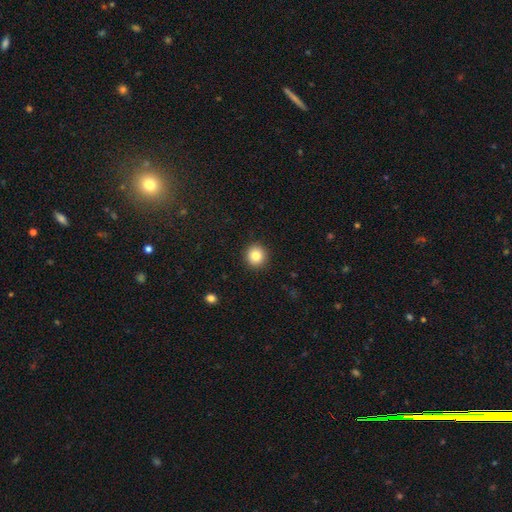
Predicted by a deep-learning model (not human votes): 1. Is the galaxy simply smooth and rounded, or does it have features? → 83% smooth, 10% star or artifact, 7% featured or disk.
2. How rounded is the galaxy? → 94% round, 5% in between, 1% cigar-shaped.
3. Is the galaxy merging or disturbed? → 92% none, 5% minor disturbance, 2% major disturbance, 1% merger.